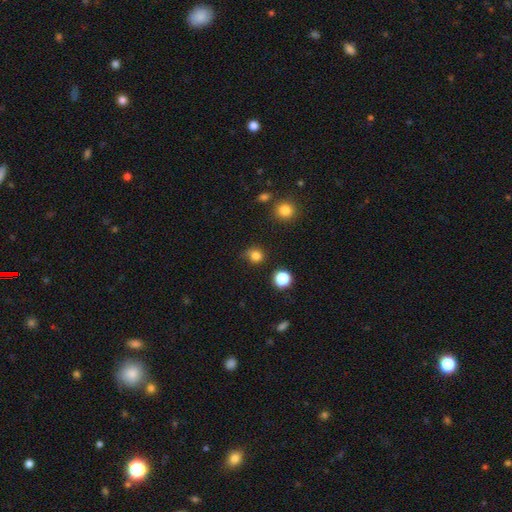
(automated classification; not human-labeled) smooth 80%, star or artifact 15%, featured or disk 5%. Down the decision tree: how rounded — round (86%); merging — none (70%).